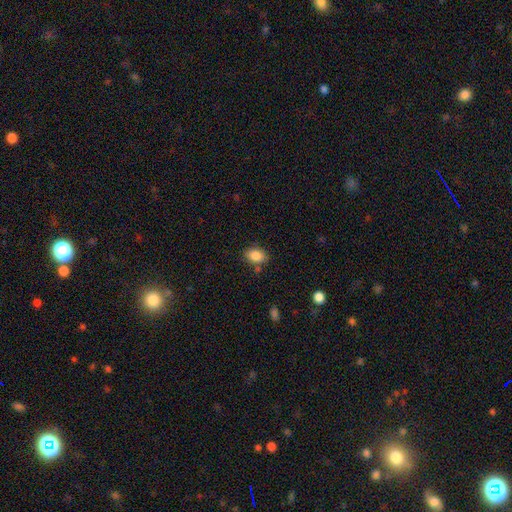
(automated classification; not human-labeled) smooth 86%, star or artifact 9%, featured or disk 6%. Down the decision tree: how rounded — in between (78%); merging — none (77%).